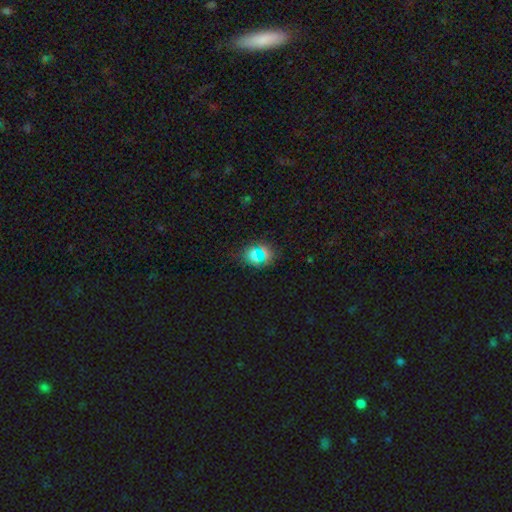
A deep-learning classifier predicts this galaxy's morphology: smooth_or_featured: smooth (p=0.53) [alt: star or artifact p=0.36]
how_rounded: round (p=0.69) [alt: in between p=0.28]
merging: none (p=0.78) [alt: minor disturbance p=0.13]